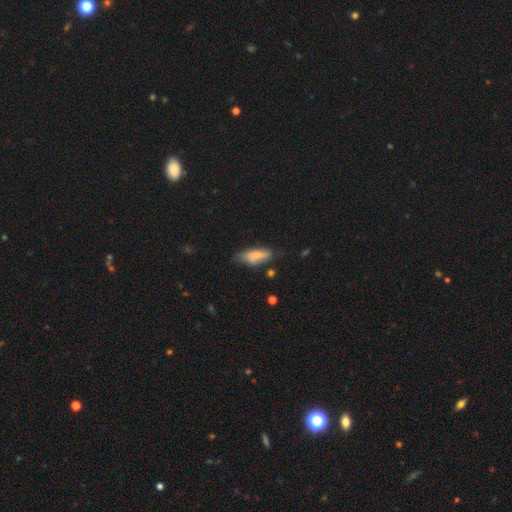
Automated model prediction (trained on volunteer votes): smooth-or-featured: smooth: 73% | featured or disk: 21% | star or artifact: 7%
  how-rounded: in between: 66% | cigar-shaped: 32% | round: 2%
  merging: none: 56% | minor disturbance: 33% | major disturbance: 8% | merger: 4%